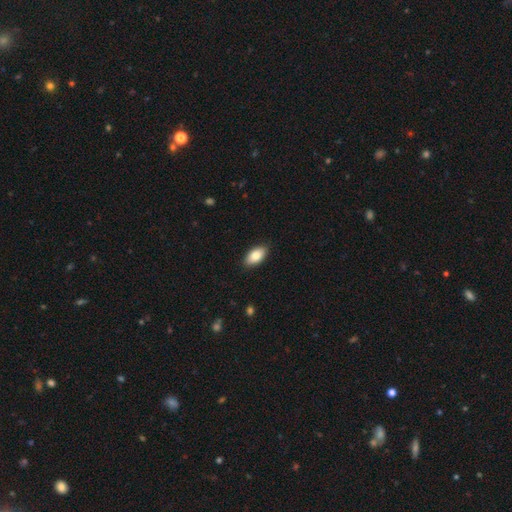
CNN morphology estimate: smooth-or-featured: smooth: 85% | featured or disk: 8% | star or artifact: 6%
  how-rounded: in between: 94% | cigar-shaped: 3% | round: 3%
  merging: none: 89% | minor disturbance: 8% | major disturbance: 2% | merger: 1%